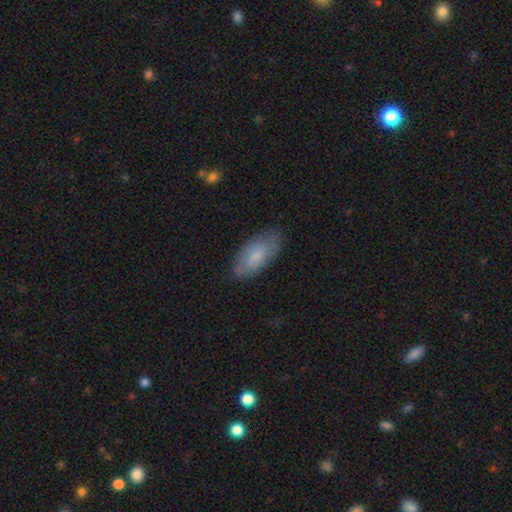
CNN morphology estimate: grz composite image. It shows a smooth galaxy with no disk features (72%) that is in between round and cigar-shaped (87%). Merging: none (76%).